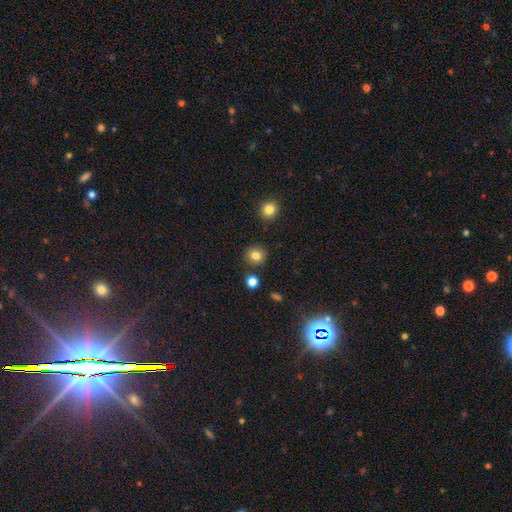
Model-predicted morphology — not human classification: Smooth or featured? Predicted: smooth (p=0.82). How rounded? Predicted: round (p=0.83). Merging? Predicted: none (p=0.86).